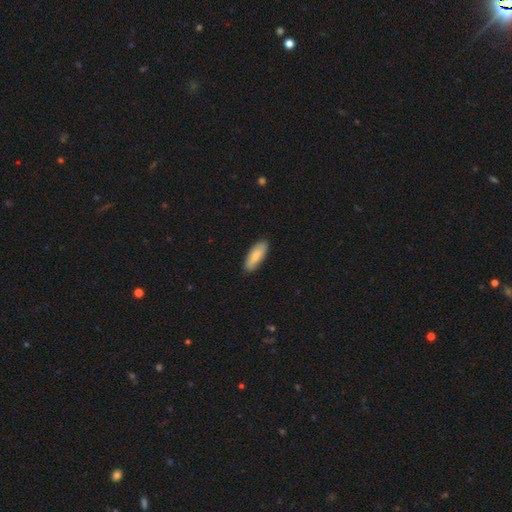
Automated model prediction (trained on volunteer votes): Q: Smooth or featured?
A: smooth (80%); runner-up: featured or disk (14%)
Q: How rounded?
A: in between (71%); runner-up: cigar-shaped (27%)
Q: Merging?
A: none (88%); runner-up: minor disturbance (9%)